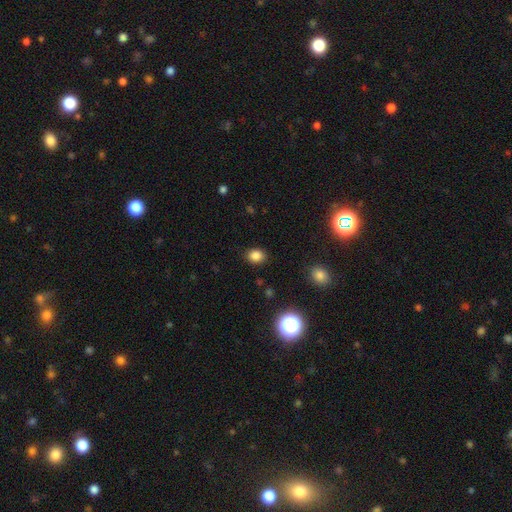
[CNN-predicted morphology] Smooth or featured: smooth — 83% (star or artifact — 12%)
How rounded: round — 56% (in between — 43%)
Merging: none — 88% (minor disturbance — 9%)